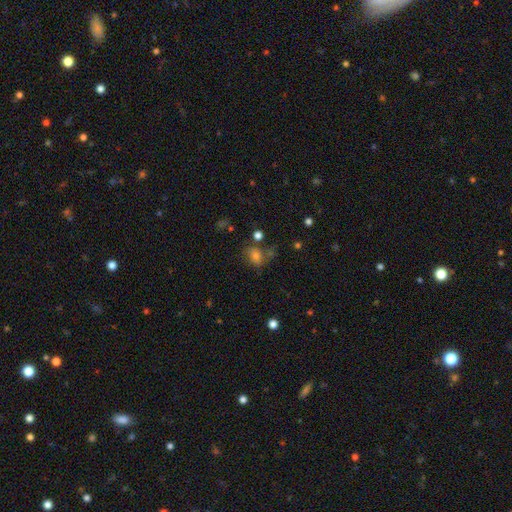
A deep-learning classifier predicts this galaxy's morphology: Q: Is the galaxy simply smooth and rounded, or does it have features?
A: smooth — 67%.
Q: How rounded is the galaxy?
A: in between — 60%.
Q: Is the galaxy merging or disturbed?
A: none — 49%.